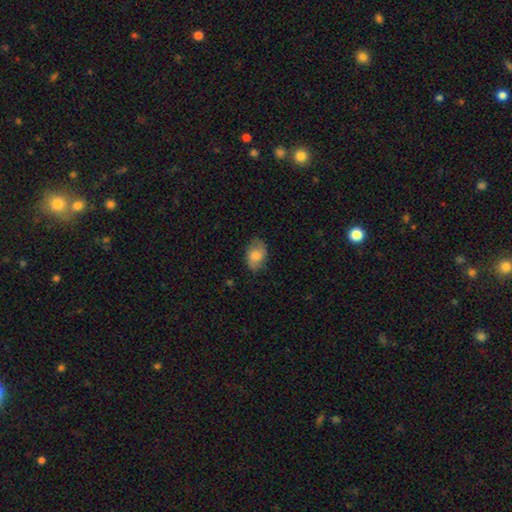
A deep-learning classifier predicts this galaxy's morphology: This appears to be a smooth galaxy with no disk features (72%) that is in between round and cigar-shaped (85%). Merging: none (73%).